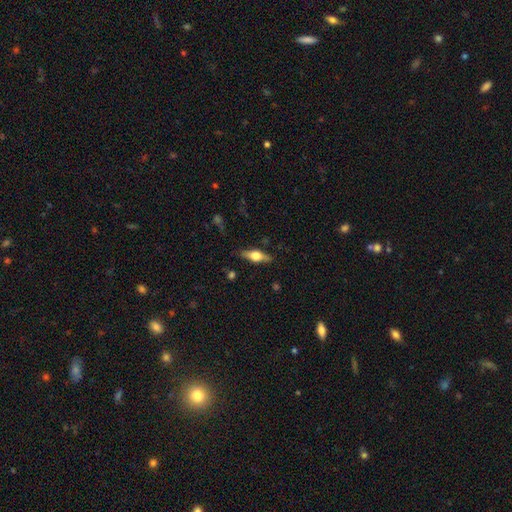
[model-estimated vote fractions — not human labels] Overall: featured or disk (57%; smooth 37%). Edge-on disk: yes (93%). Edge-on bulge: rounded (94%). Merging: none (85%).